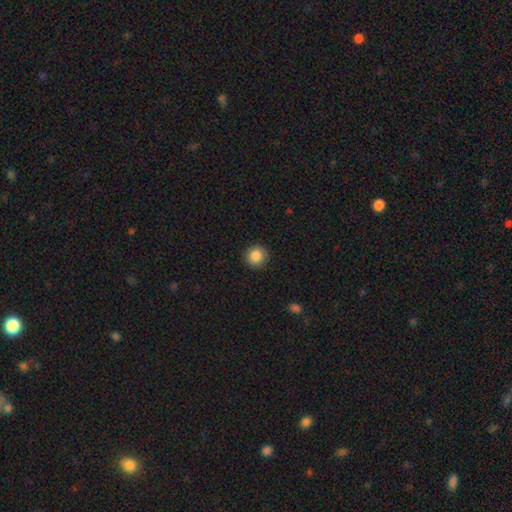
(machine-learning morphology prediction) Smooth or featured? smooth (87%)
How rounded? round (92%)
Merging? none (91%)